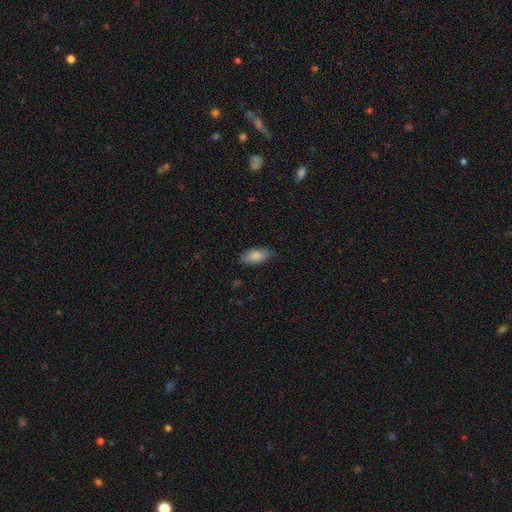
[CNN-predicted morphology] Q: Smooth or featured?
A: smooth (85%); runner-up: featured or disk (9%)
Q: How rounded?
A: in between (88%); runner-up: cigar-shaped (9%)
Q: Merging?
A: none (79%); runner-up: minor disturbance (16%)